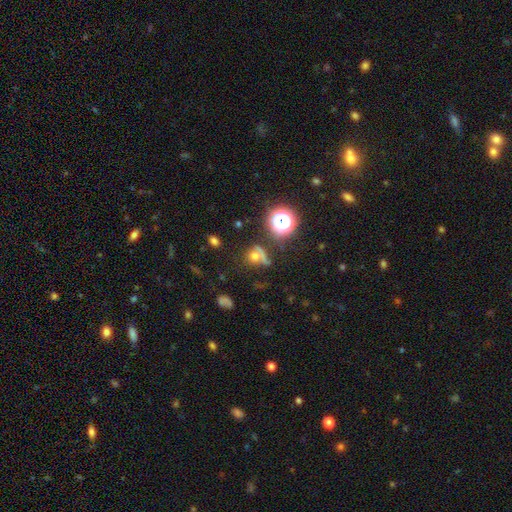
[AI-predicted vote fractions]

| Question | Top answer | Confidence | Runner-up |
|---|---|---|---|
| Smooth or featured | smooth | 52% | star or artifact (35%) |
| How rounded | round | 80% | in between (18%) |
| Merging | none | 54% | merger (19%) |